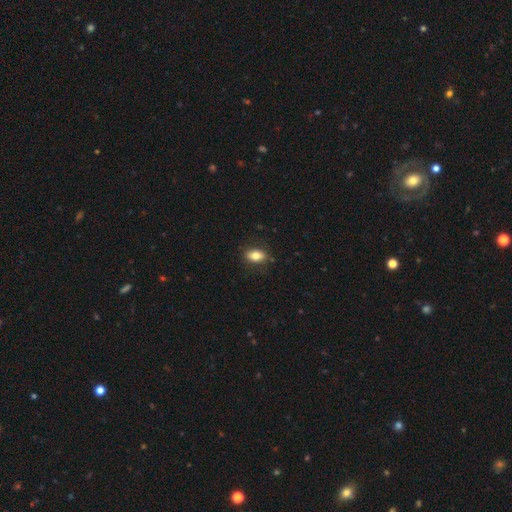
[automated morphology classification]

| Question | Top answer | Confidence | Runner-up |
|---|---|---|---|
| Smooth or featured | smooth | 80% | featured or disk (12%) |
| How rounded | in between | 86% | round (10%) |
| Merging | none | 83% | minor disturbance (13%) |